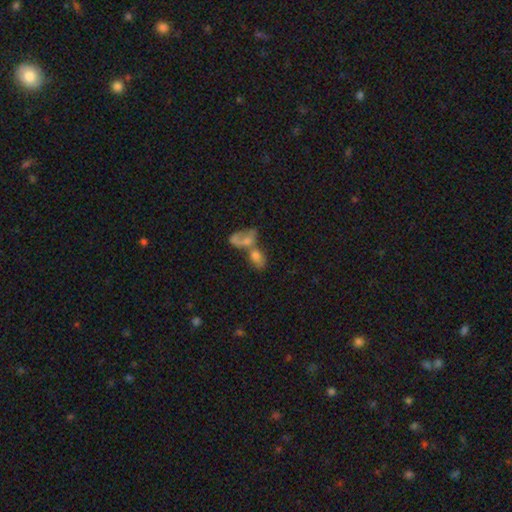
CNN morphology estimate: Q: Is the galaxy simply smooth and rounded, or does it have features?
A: smooth — 63%.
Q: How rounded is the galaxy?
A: in between — 81%.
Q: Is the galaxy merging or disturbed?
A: merger — 70%.